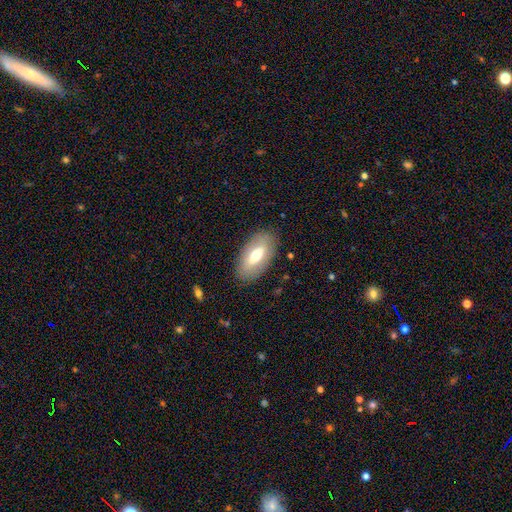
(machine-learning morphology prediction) Smooth or featured? smooth (54%)
How rounded? in between (90%)
Merging? none (85%)